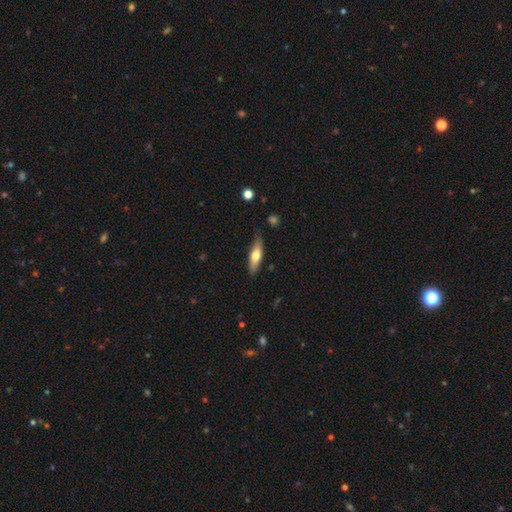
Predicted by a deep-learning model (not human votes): Smooth or featured: smooth — 64% (featured or disk — 30%)
How rounded: cigar-shaped — 60% (in between — 38%)
Merging: none — 75% (minor disturbance — 20%)